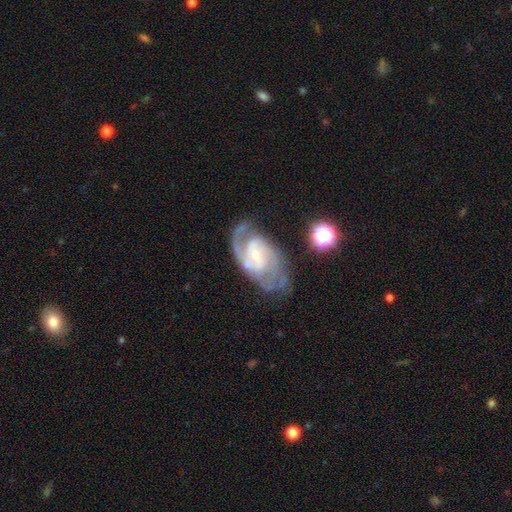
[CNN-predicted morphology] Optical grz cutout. It shows a featured or disk galaxy (88%) with a weak bar (47%), 2 (67%) medium (48%) spiral arms (97%) and a small central bulge (68%). Merging: none (63%).